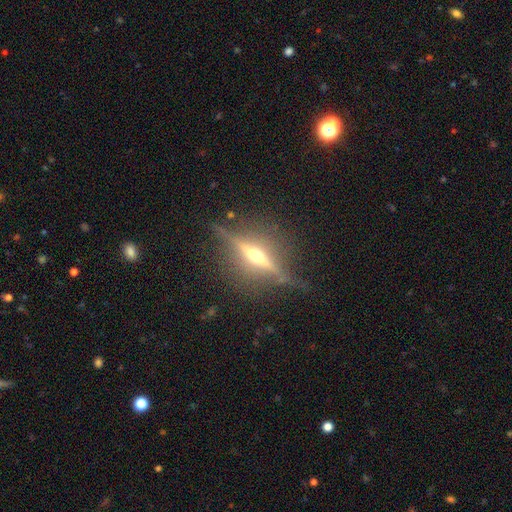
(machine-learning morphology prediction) Smooth or featured: featured or disk — 83% (smooth — 9%)
Edge-on disk: yes — 95% (no — 5%)
Edge-on bulge: rounded — 93% (boxy — 4%)
Merging: none — 81% (minor disturbance — 12%)